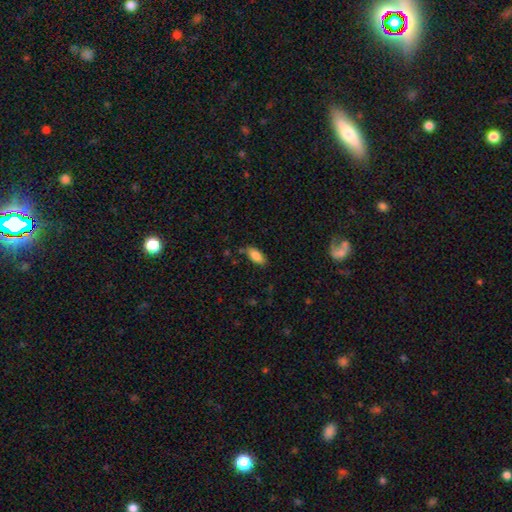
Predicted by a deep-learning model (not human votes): Smooth or featured?
  - smooth: 85% *
  - featured or disk: 8%
  - star or artifact: 7%
How rounded?
  - in between: 87% *
  - cigar-shaped: 11%
  - round: 2%
Merging?
  - none: 79% *
  - minor disturbance: 15%
  - major disturbance: 3%
  - merger: 3%